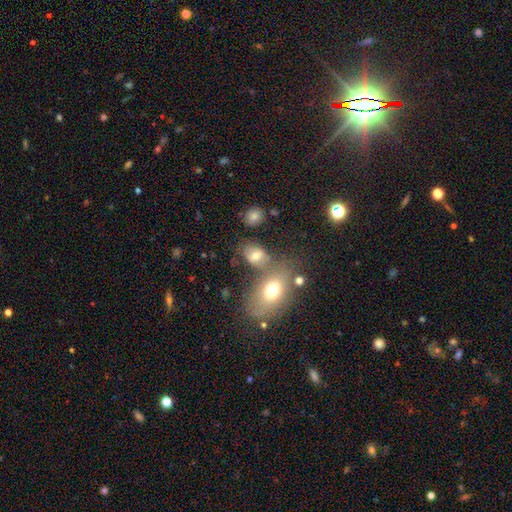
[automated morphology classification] A smooth galaxy with no disk features (66%) that is in between round and cigar-shaped (77%). Merging: none (49%).